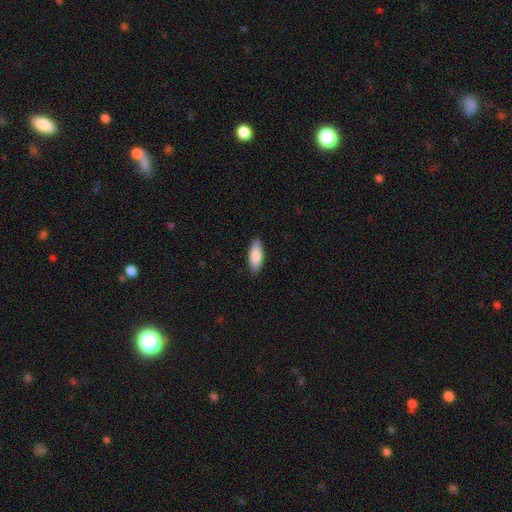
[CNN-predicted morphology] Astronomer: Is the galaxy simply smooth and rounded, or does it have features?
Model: smooth — 87%.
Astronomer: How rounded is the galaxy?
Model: in between — 79%.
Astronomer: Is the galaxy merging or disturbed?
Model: none — 88%.